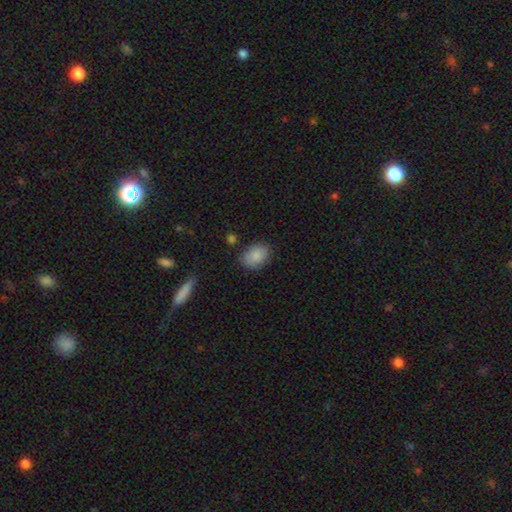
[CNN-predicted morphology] Q: Smooth or featured?
A: smooth (87%); runner-up: star or artifact (7%)
Q: How rounded?
A: in between (81%); runner-up: round (18%)
Q: Merging?
A: none (80%); runner-up: minor disturbance (14%)